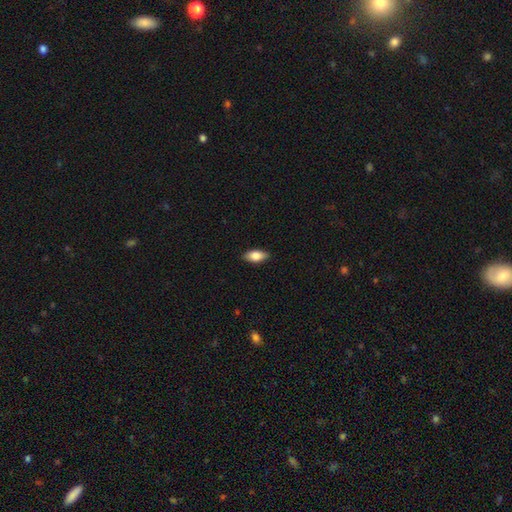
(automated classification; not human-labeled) Smooth or featured? Predicted: smooth (p=0.81). How rounded? Predicted: in between (p=0.89). Merging? Predicted: none (p=0.88).